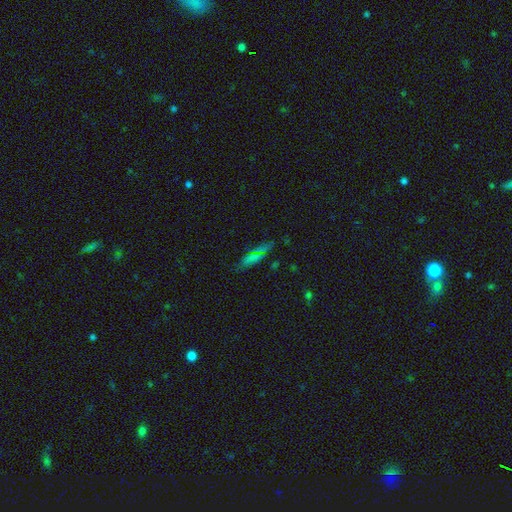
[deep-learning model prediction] Morphology: type=smooth (61%); roundness=cigar-shaped (60%); merging=none (80%).